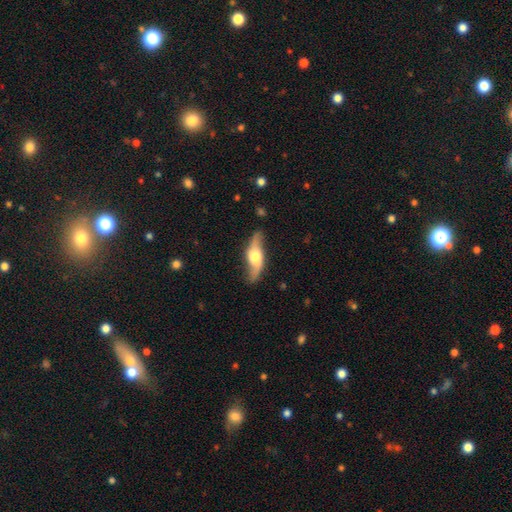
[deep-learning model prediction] featured or disk 70%, smooth 25%, star or artifact 5%. Down the decision tree: edge-on disk — yes (50%, tied with no); merging — none (77%).